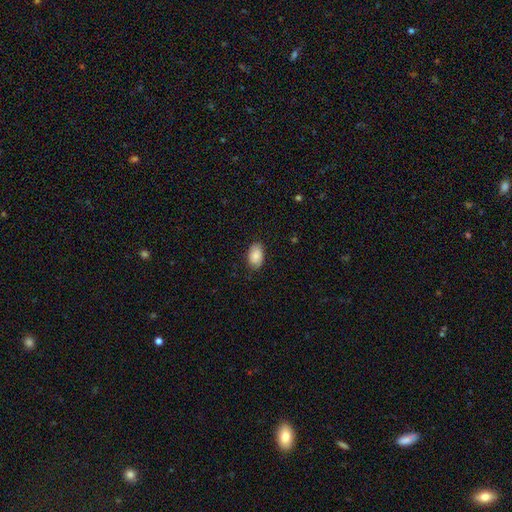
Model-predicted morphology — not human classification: Q: Smooth or featured?
A: smooth (83%); runner-up: featured or disk (11%)
Q: How rounded?
A: in between (92%); runner-up: round (7%)
Q: Merging?
A: none (80%); runner-up: minor disturbance (16%)